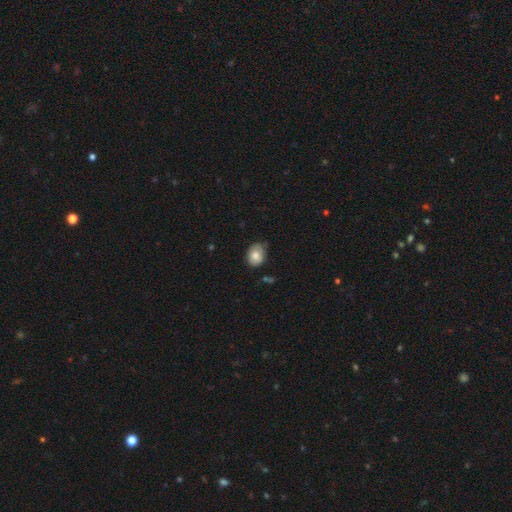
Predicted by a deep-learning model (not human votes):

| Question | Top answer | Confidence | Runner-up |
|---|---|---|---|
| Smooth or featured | smooth | 78% | featured or disk (14%) |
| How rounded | in between | 67% | round (32%) |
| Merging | none | 65% | minor disturbance (29%) |